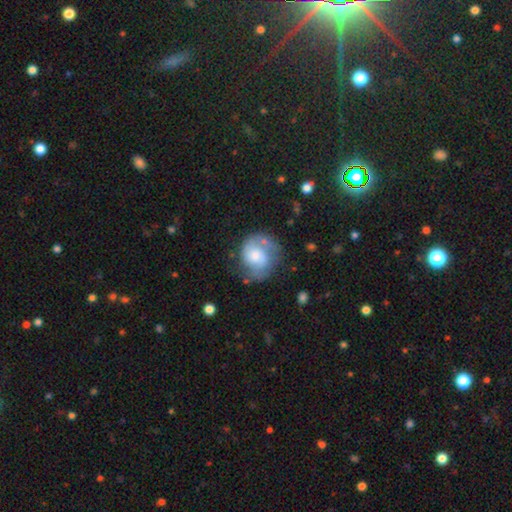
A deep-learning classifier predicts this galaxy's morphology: A featured or disk galaxy (62%) with no bar (65%), 2 (76%) medium (47%) spiral arms (86%) and a moderate central bulge (43%). Merging: none (58%).